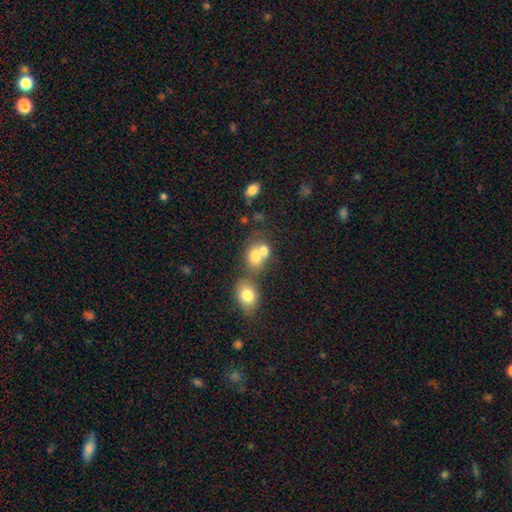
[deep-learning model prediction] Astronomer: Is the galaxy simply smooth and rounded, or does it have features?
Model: smooth — 73%.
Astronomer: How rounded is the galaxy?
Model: round — 56% (runner-up: in between, 43%).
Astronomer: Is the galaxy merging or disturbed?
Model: merger — 56%.